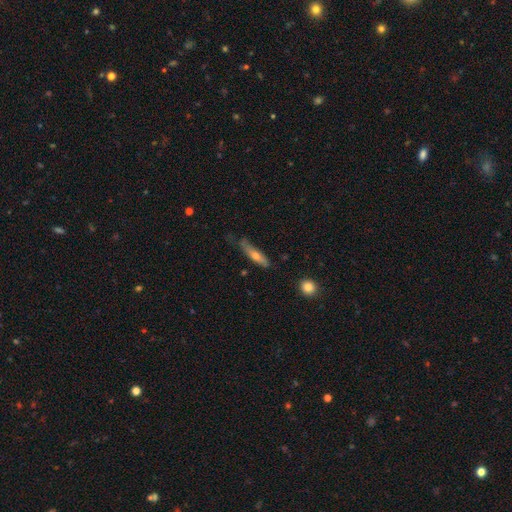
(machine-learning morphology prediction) type=smooth (55%); roundness=cigar-shaped (78%); merging=none (60%).